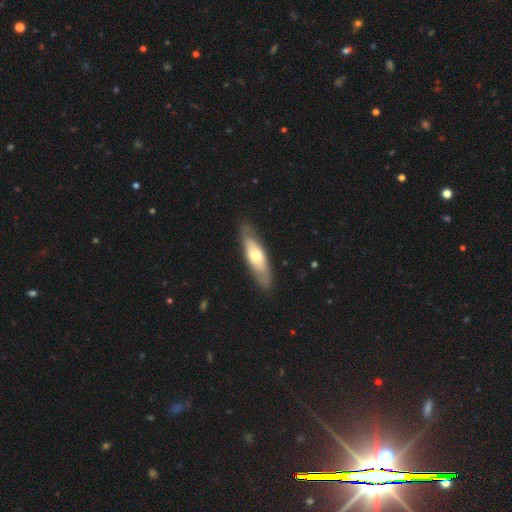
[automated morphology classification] Smooth or featured? Predicted: smooth (p=0.56). How rounded? Predicted: cigar-shaped (p=0.54). Merging? Predicted: none (p=0.84).